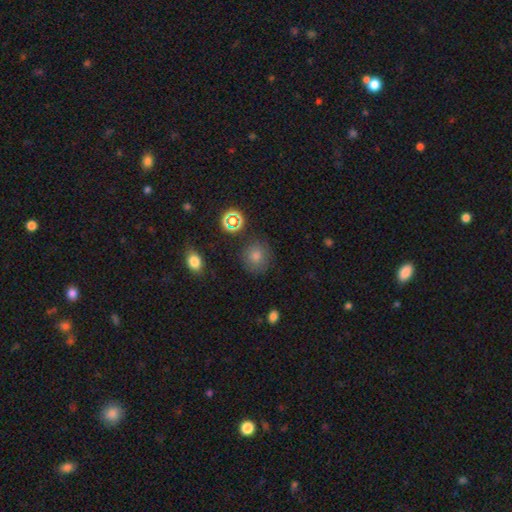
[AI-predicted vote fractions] The model was most divided on "smooth or featured": smooth: 71%, star or artifact: 20%, featured or disk: 9%. More confident: how rounded — round (89%); merging — none (85%).